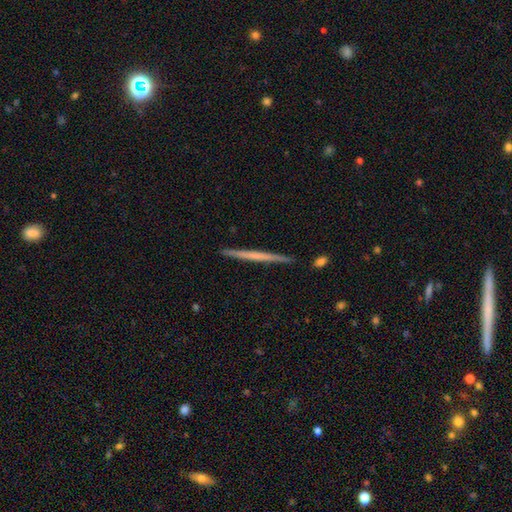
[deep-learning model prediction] The model was most divided on "smooth or featured": featured or disk: 55%, smooth: 40%, star or artifact: 5%. More confident: edge-on disk — yes (98%); merging — none (91%); edge-on bulge — none (87%).